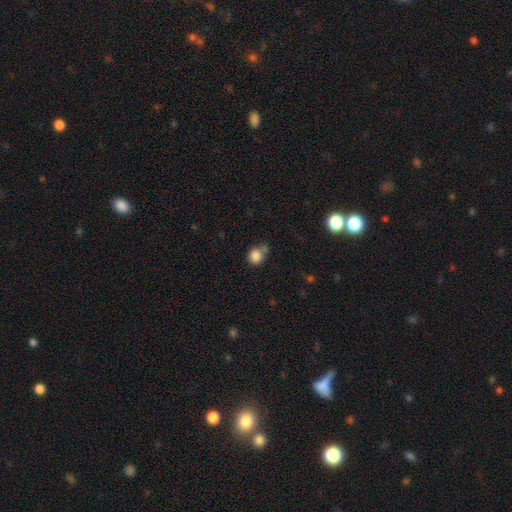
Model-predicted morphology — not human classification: Smooth or featured?
  - smooth: 84% *
  - star or artifact: 10%
  - featured or disk: 6%
How rounded?
  - round: 72% *
  - in between: 27%
  - cigar-shaped: 1%
Merging?
  - none: 48% *
  - minor disturbance: 30%
  - merger: 13%
  - major disturbance: 10%